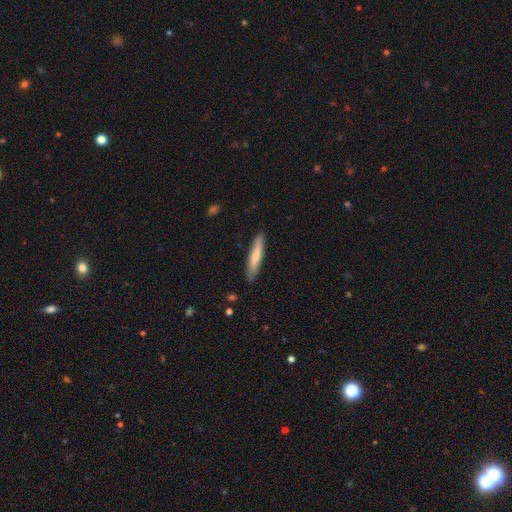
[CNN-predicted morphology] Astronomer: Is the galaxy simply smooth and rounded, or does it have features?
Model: smooth — 70%.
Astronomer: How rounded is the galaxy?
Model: cigar-shaped — 88%.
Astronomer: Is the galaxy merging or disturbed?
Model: none — 86%.